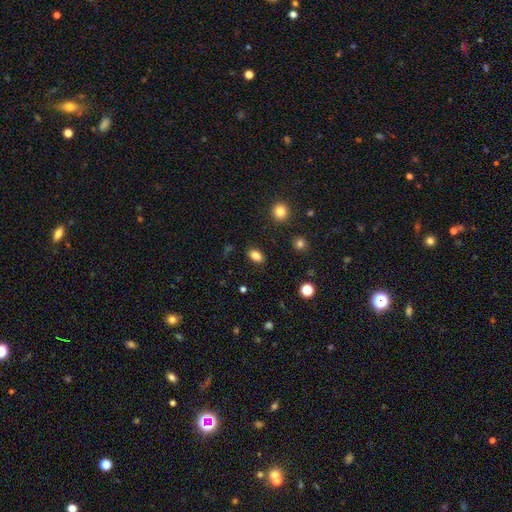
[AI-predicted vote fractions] Overall: smooth (84%). How rounded: in between (87%). Merging: none (87%).